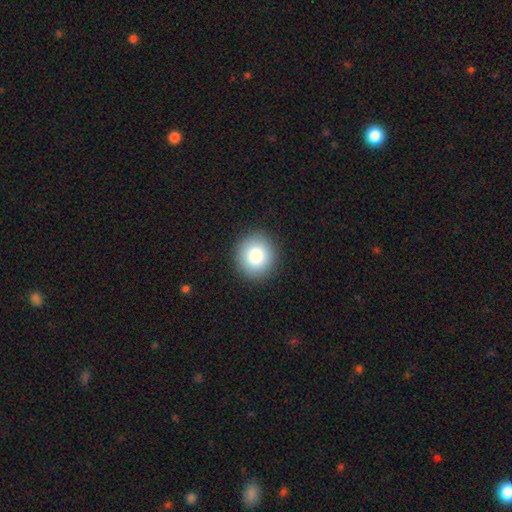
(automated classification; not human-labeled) This appears to be a smooth galaxy with no disk features (82%) that is round (89%). Merging: none (91%).